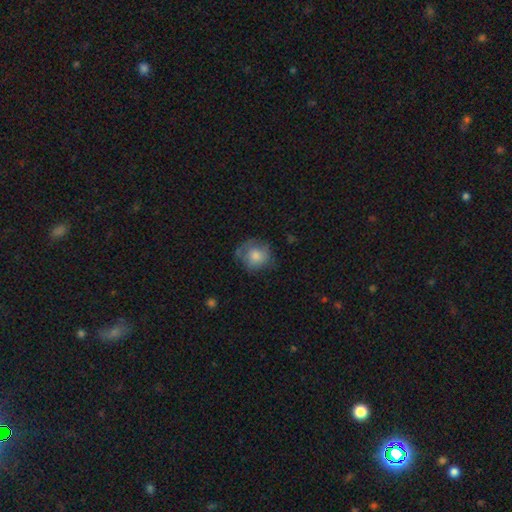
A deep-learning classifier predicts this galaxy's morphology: A smooth galaxy with no disk features (70%) that is round (82%). Merging: none (61%).